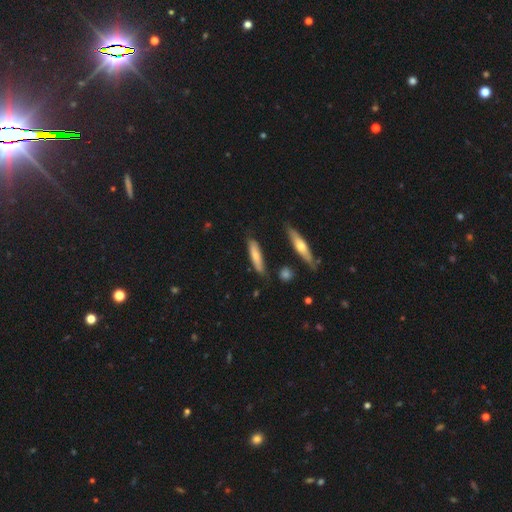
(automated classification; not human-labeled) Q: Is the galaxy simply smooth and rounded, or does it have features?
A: smooth — 65%.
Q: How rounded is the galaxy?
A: cigar-shaped — 77%.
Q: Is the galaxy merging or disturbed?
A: none — 76%.